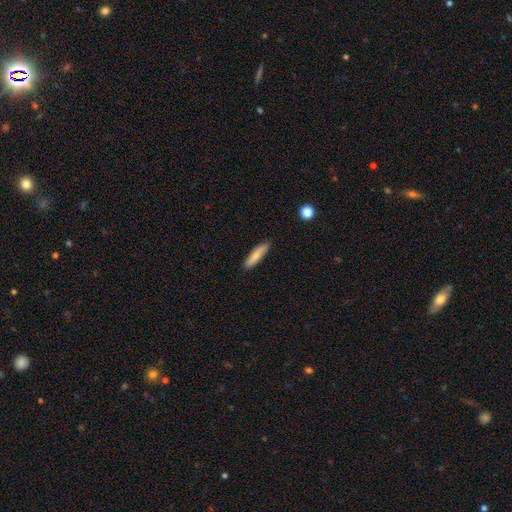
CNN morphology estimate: Smooth or featured: smooth — 74% (featured or disk — 20%)
How rounded: cigar-shaped — 79% (in between — 19%)
Merging: none — 85% (minor disturbance — 12%)